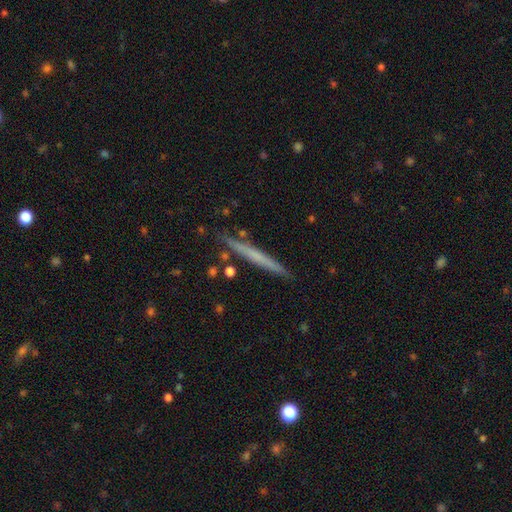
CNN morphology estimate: This is possibly a smooth galaxy (48%). Merging: clearly none (88%).